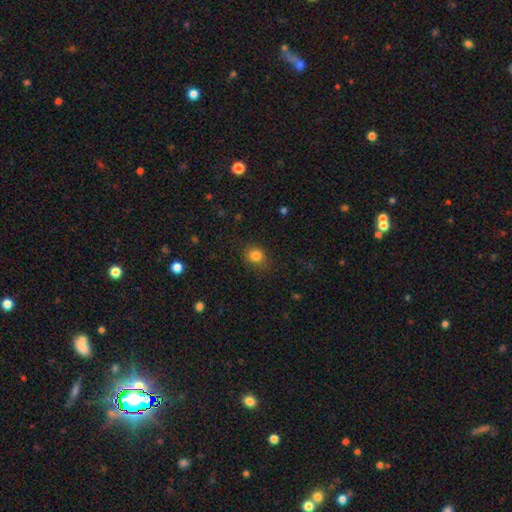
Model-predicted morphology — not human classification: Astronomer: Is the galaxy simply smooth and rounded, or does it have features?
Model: smooth — 83%.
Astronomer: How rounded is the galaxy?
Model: round — 74%.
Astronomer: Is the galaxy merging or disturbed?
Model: none — 82%.